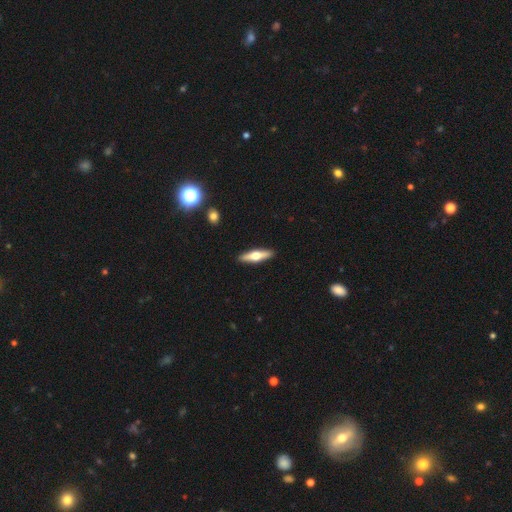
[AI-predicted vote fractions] Q: Smooth or featured?
A: featured or disk (54%); runner-up: smooth (41%)
Q: Edge-on disk?
A: yes (93%); runner-up: no (7%)
Q: Merging?
A: none (91%); runner-up: minor disturbance (6%)